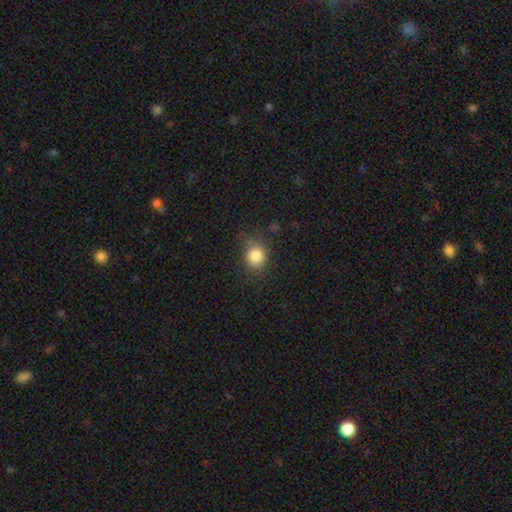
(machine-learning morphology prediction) smooth-or-featured: smooth: 84% | star or artifact: 11% | featured or disk: 6%
  how-rounded: round: 71% | in between: 29% | cigar-shaped: 1%
  merging: none: 75% | minor disturbance: 18% | major disturbance: 6% | merger: 2%